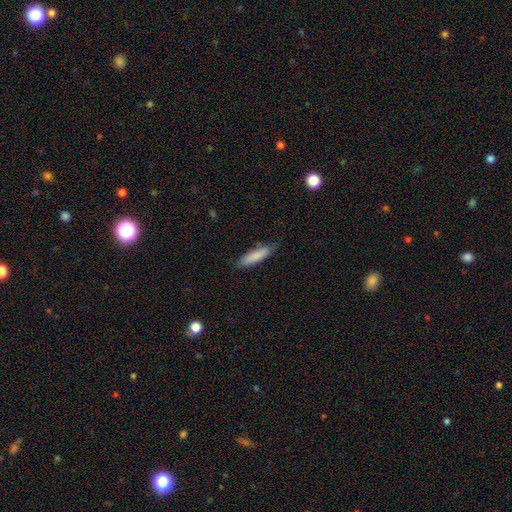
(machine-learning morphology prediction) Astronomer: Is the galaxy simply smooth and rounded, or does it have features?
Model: smooth — 82%.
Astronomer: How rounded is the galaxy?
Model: cigar-shaped — 74%.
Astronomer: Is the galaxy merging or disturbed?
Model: none — 78%.